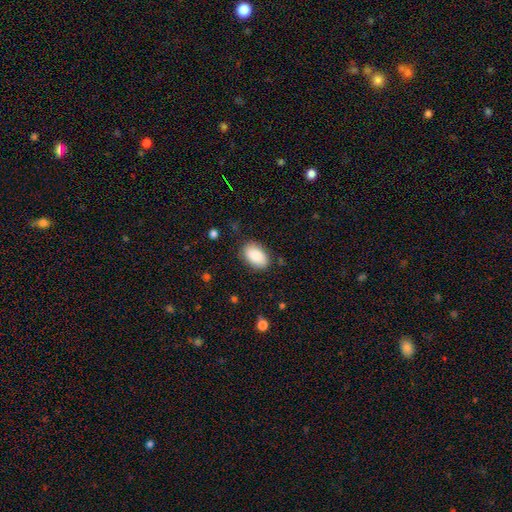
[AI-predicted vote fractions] smooth-or-featured: smooth: 86% | featured or disk: 8% | star or artifact: 6%
  how-rounded: in between: 92% | round: 7% | cigar-shaped: 1%
  merging: none: 83% | minor disturbance: 13% | major disturbance: 3% | merger: 1%